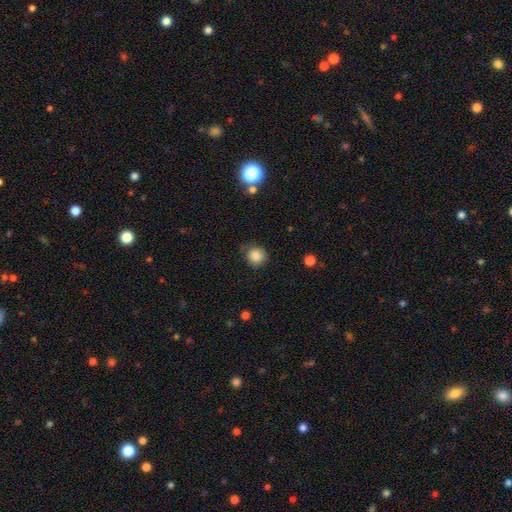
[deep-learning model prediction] smooth 86%, star or artifact 10%, featured or disk 4%. Down the decision tree: how rounded — round (88%); merging — none (76%).